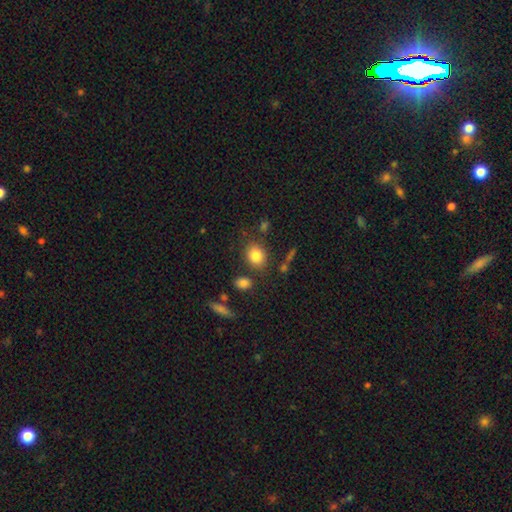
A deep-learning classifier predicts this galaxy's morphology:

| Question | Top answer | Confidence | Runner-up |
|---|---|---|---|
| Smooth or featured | smooth | 83% | star or artifact (9%) |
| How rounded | in between | 50% | round (49%) |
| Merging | none | 77% | minor disturbance (12%) |